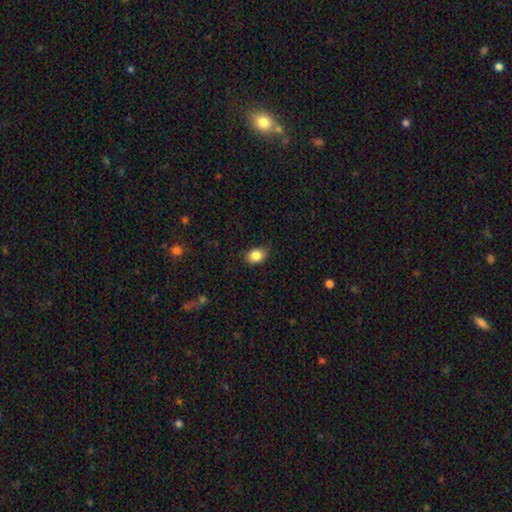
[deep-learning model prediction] smooth-or-featured: smooth: 86% | star or artifact: 9% | featured or disk: 5%
  how-rounded: in between: 71% | round: 28% | cigar-shaped: 1%
  merging: none: 84% | minor disturbance: 12% | major disturbance: 2% | merger: 1%